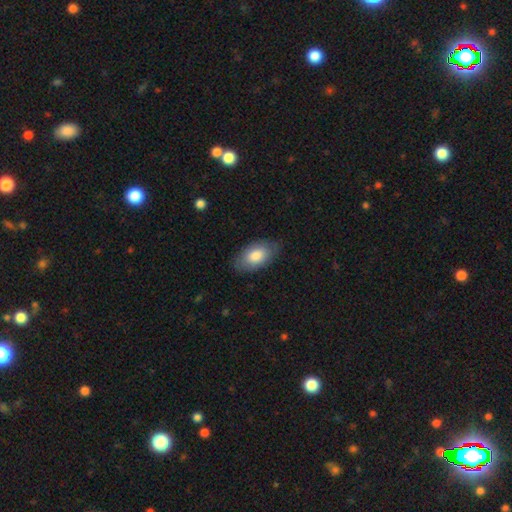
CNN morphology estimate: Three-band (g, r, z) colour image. It shows a smooth galaxy with no disk features (82%) that is in between round and cigar-shaped (94%). Merging: none (82%).